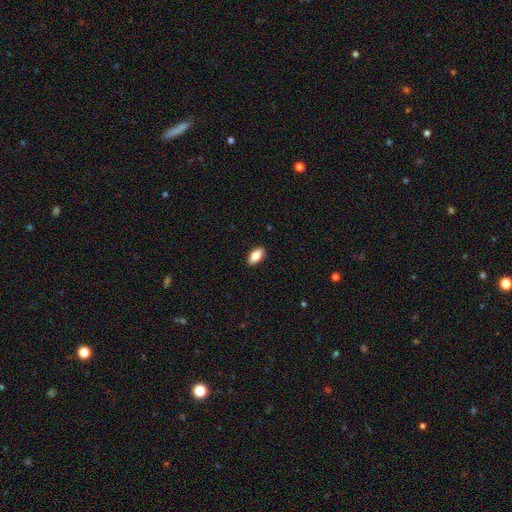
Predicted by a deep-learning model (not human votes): Smooth or featured?
  - smooth: 80% *
  - featured or disk: 13%
  - star or artifact: 7%
How rounded?
  - in between: 90% *
  - cigar-shaped: 6%
  - round: 4%
Merging?
  - none: 88% *
  - minor disturbance: 9%
  - major disturbance: 2%
  - merger: 1%